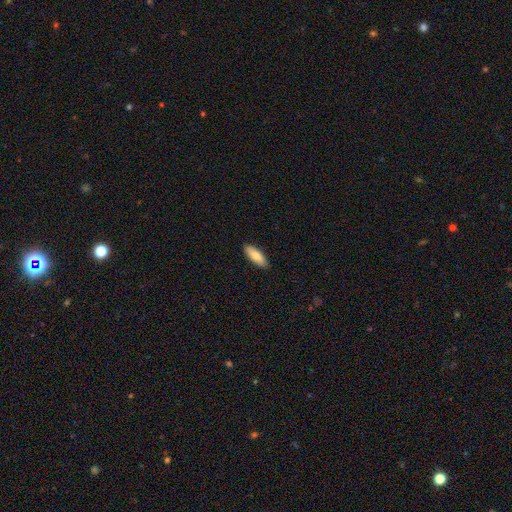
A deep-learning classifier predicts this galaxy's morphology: This is clearly a smooth galaxy (81%). How rounded: likely in between (68%). Merging: clearly none (89%).